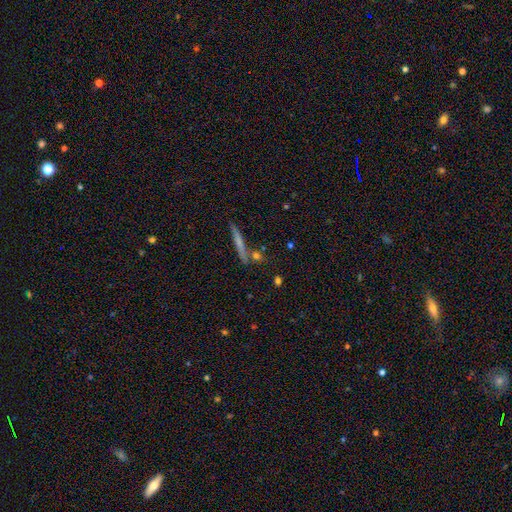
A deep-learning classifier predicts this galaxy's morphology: Q: Smooth or featured?
A: featured or disk (47%); runner-up: smooth (42%)
Q: Merging?
A: none (81%); runner-up: minor disturbance (9%)